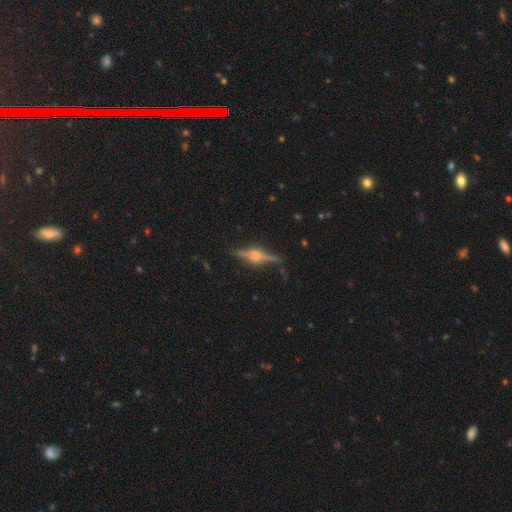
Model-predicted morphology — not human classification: Q: Smooth or featured?
A: featured or disk (84%); runner-up: smooth (9%)
Q: Edge-on disk?
A: yes (97%); runner-up: no (3%)
Q: Edge-on bulge?
A: rounded (94%); runner-up: boxy (4%)
Q: Merging?
A: none (86%); runner-up: minor disturbance (10%)